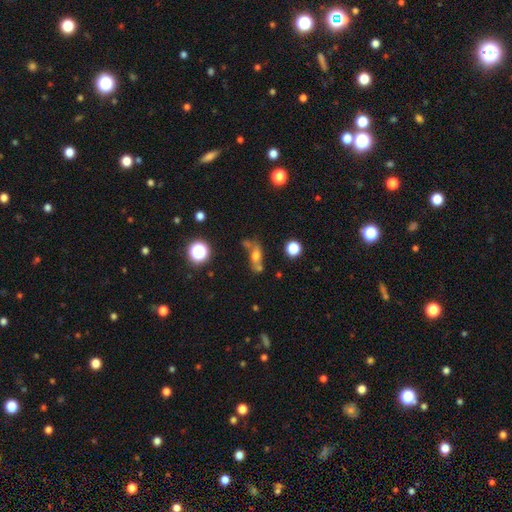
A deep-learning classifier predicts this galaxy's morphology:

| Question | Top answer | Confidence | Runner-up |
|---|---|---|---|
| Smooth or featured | smooth | 47% | featured or disk (33%) |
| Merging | none | 45% | merger (23%) |